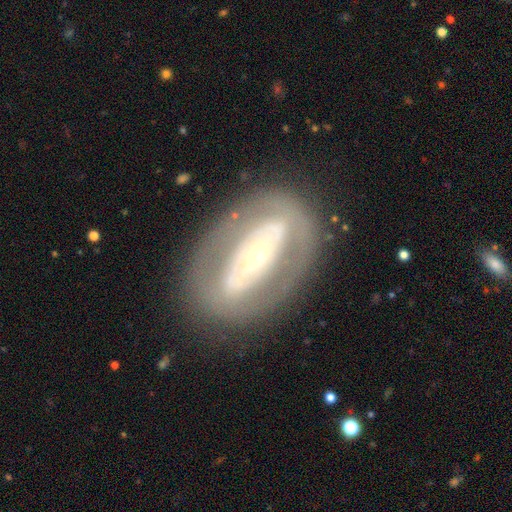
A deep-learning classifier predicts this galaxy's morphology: Smooth or featured?
  - featured or disk: 69% *
  - smooth: 24%
  - star or artifact: 6%
Edge-on disk?
  - no: 89% *
  - yes: 11%
Bar?
  - no: 50% *
  - strong: 31%
  - weak: 20%
Spiral arms?
  - no: 75% *
  - yes: 25%
Bulge size?
  - small: 57% *
  - moderate: 36%
  - large: 5%
  - dominant: 2%
  - none: 1%
Merging?
  - none: 78% *
  - minor disturbance: 12%
  - major disturbance: 8%
  - merger: 1%